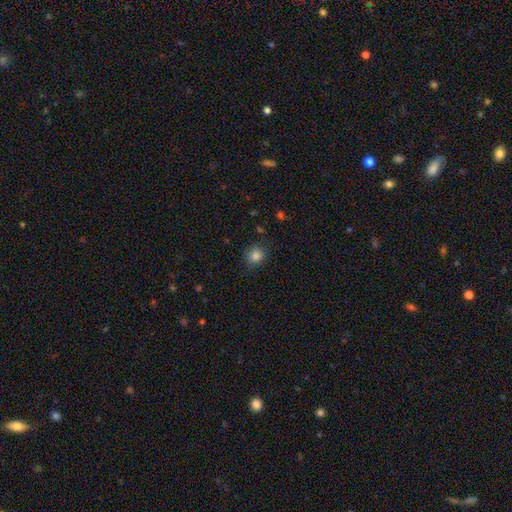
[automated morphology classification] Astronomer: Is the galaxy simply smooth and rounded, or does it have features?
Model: smooth — 84%.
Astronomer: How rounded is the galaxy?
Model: round — 75%.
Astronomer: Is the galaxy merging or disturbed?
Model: none — 81%.